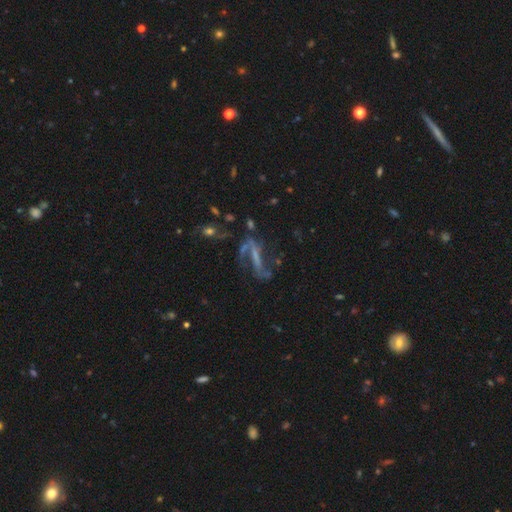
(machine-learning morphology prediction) The model was most divided on "merging": none: 43%, major disturbance: 30%, minor disturbance: 17%, merger: 11%. More confident: edge-on disk — no (81%); spiral arms — yes (73%); smooth or featured — featured or disk (70%); bulge size — none (56%); bar — strong (51%).